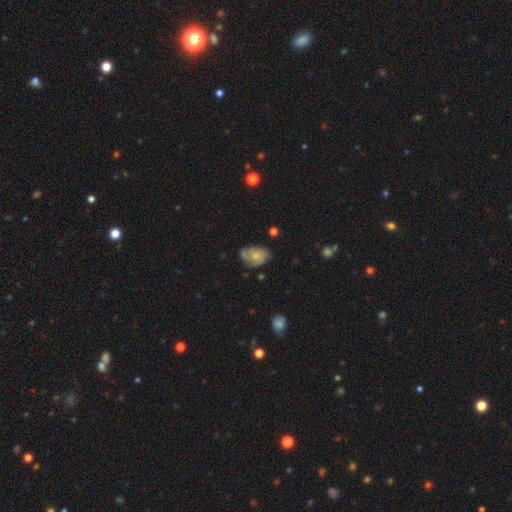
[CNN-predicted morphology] This appears to be a smooth galaxy with no disk features (50%) that is in between round and cigar-shaped (81%). Merging: none (54%).